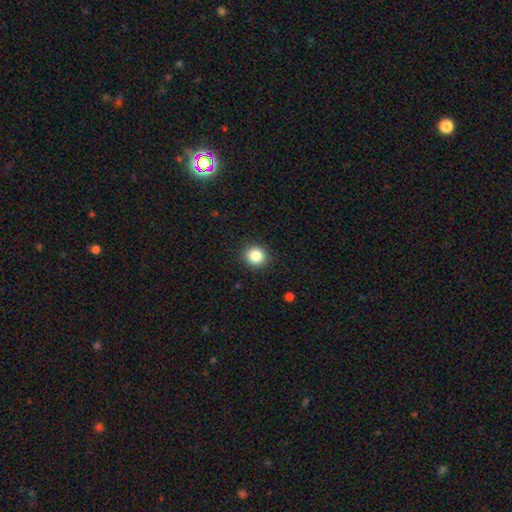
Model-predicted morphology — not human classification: The model was most divided on "how rounded": round: 87%, in between: 13%, cigar-shaped: 1%. More confident: merging — none (91%); smooth or featured — smooth (85%).